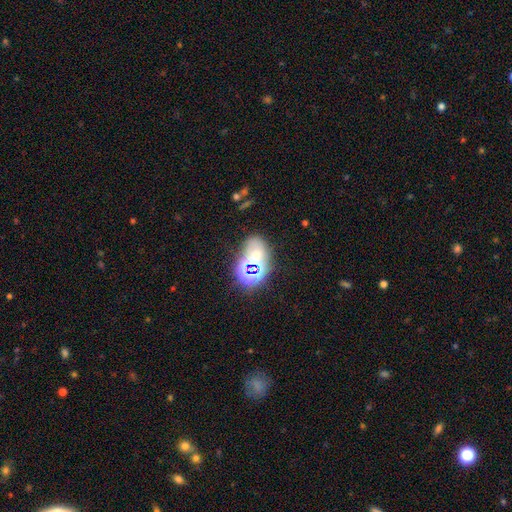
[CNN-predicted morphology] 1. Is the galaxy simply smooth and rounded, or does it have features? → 43% smooth, 41% star or artifact, 16% featured or disk.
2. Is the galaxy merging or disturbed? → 58% none, 17% merger, 16% minor disturbance, 9% major disturbance.